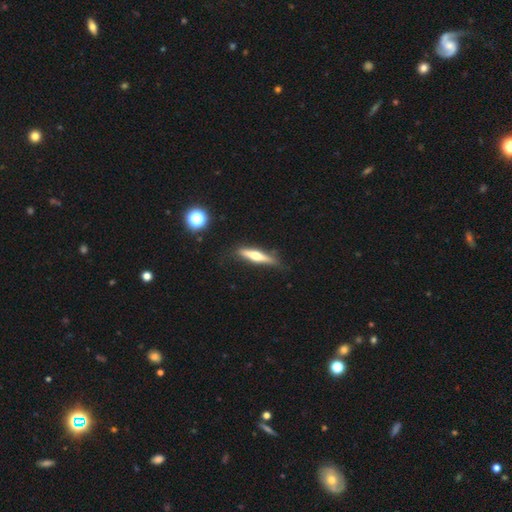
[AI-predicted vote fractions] Smooth or featured? featured or disk (55%)
Edge-on disk? yes (94%)
Edge-on bulge? rounded (90%)
Merging? none (80%)